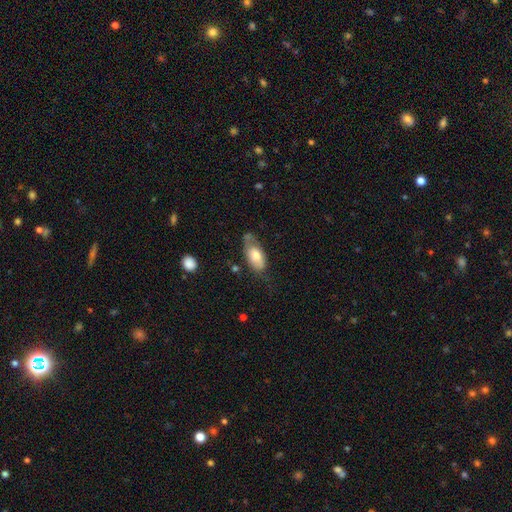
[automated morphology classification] Smooth or featured? Predicted: smooth (p=0.64). How rounded? Predicted: in between (p=0.91). Merging? Predicted: none (p=0.43).